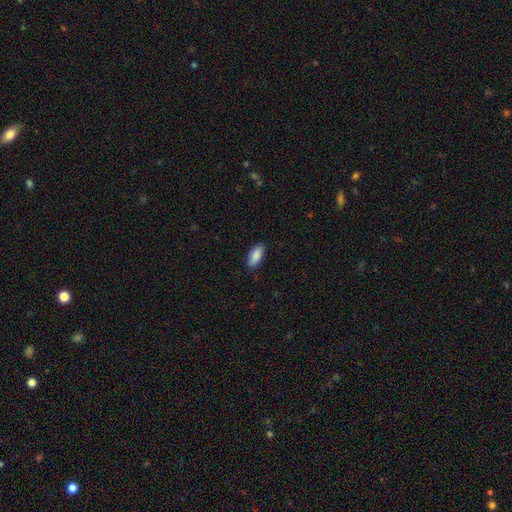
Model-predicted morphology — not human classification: Smooth or featured?
  - smooth: 88% *
  - featured or disk: 6%
  - star or artifact: 6%
How rounded?
  - in between: 89% *
  - cigar-shaped: 9%
  - round: 2%
Merging?
  - none: 85% *
  - minor disturbance: 12%
  - major disturbance: 2%
  - merger: 1%